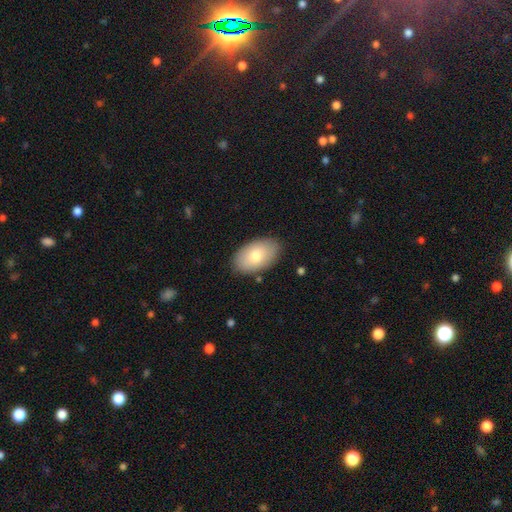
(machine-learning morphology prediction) smooth_or_featured: smooth (p=0.76) [alt: featured or disk p=0.18]
how_rounded: in between (p=0.94) [alt: round p=0.05]
merging: none (p=0.85) [alt: minor disturbance p=0.11]